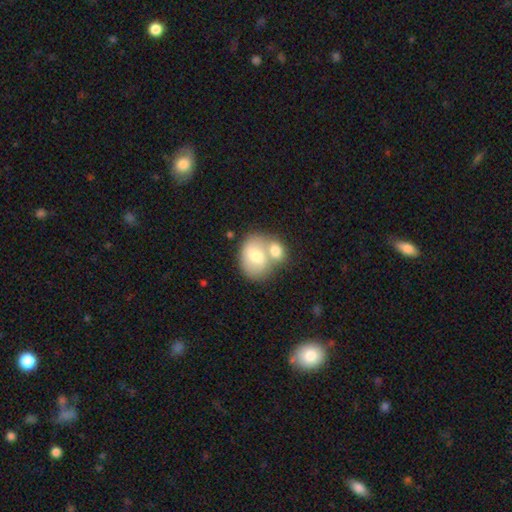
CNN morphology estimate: This appears to be a smooth galaxy with no disk features (67%) that is in between round and cigar-shaped (61%). Merging: merger (60%).